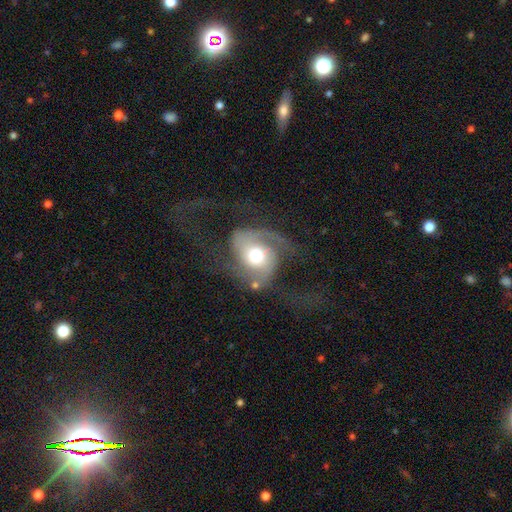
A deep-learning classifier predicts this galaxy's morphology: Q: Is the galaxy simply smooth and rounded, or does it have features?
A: featured or disk — 81%.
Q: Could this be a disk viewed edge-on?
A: no — 97%.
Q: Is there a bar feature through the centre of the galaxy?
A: no — 68%.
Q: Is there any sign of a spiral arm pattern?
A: yes — 95%.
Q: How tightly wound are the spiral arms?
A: medium — 46%.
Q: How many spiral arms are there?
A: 2 — 75%.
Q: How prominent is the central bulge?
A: moderate — 70%.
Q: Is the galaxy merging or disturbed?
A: none — 53%.